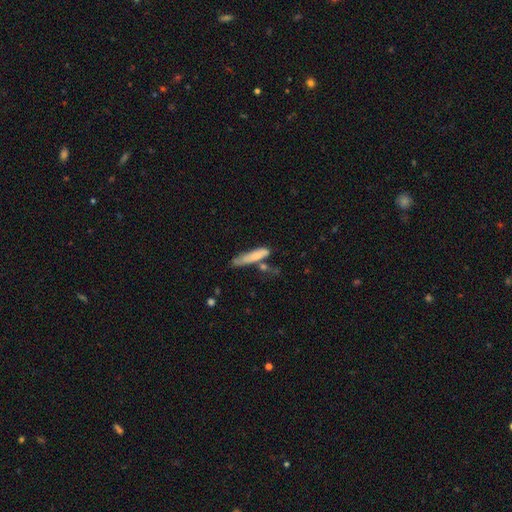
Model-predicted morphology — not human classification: This appears to be a smooth galaxy with no disk features (72%) that is cigar-shaped (80%). Merging: none (45%).